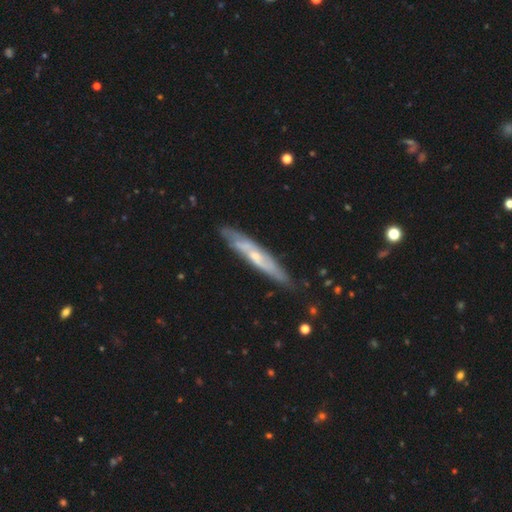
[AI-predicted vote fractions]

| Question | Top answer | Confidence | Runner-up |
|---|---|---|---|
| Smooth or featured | featured or disk | 66% | smooth (28%) |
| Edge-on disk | yes | 67% | no (33%) |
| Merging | none | 78% | minor disturbance (17%) |